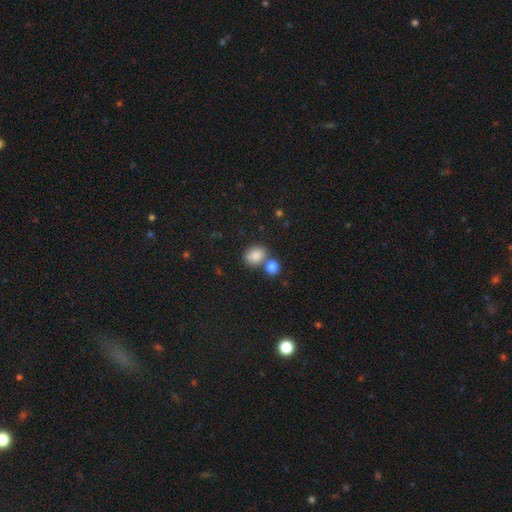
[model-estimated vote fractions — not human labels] smooth 85%, star or artifact 9%, featured or disk 6%. Down the decision tree: how rounded — round (59%); merging — none (52%).